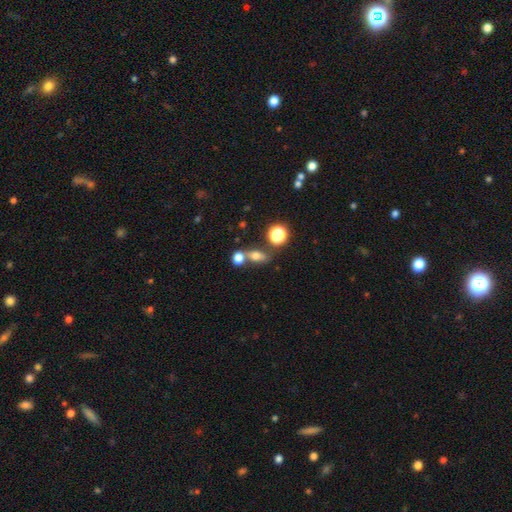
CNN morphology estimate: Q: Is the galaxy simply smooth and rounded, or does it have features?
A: smooth — 68%.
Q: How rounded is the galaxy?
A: in between — 62%.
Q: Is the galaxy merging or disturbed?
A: none — 48%.